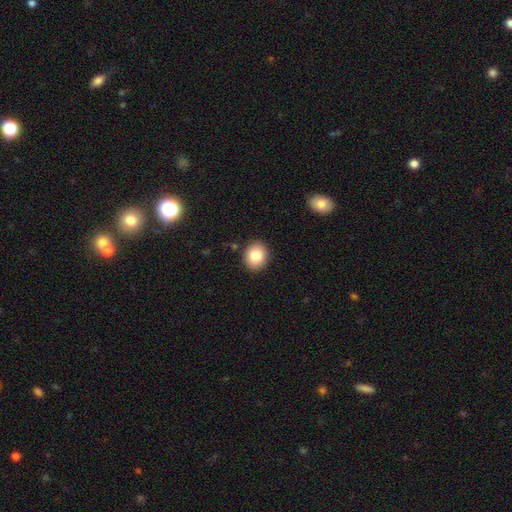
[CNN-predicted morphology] Smooth or featured?
  - smooth: 82% *
  - star or artifact: 9%
  - featured or disk: 9%
How rounded?
  - round: 71% *
  - in between: 28%
  - cigar-shaped: 1%
Merging?
  - none: 89% *
  - minor disturbance: 7%
  - major disturbance: 2%
  - merger: 1%